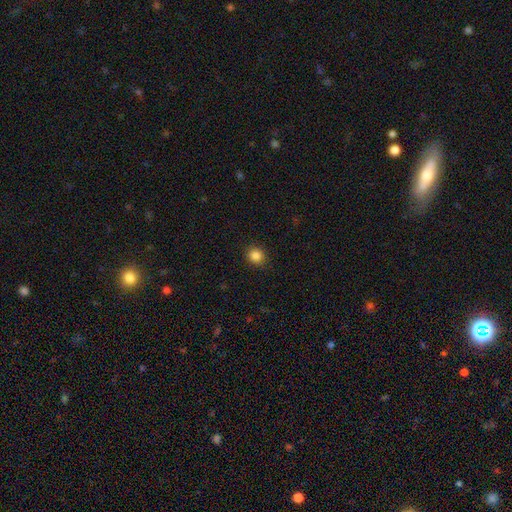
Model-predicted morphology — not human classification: type=smooth (85%); roundness=round (86%); merging=none (91%).